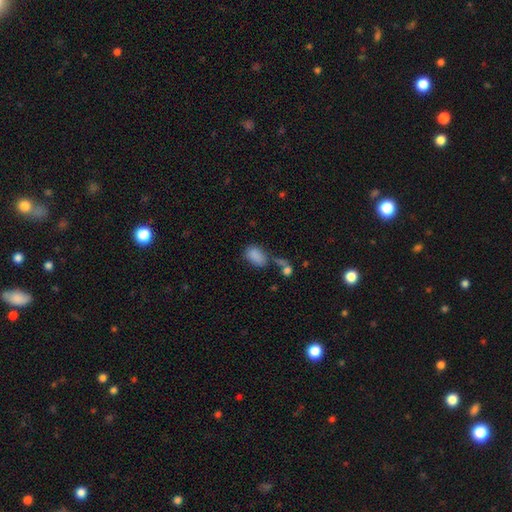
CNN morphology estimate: Smooth or featured?
  - smooth: 85% *
  - star or artifact: 9%
  - featured or disk: 6%
How rounded?
  - in between: 90% *
  - round: 9%
  - cigar-shaped: 2%
Merging?
  - none: 50% *
  - minor disturbance: 22%
  - merger: 16%
  - major disturbance: 12%